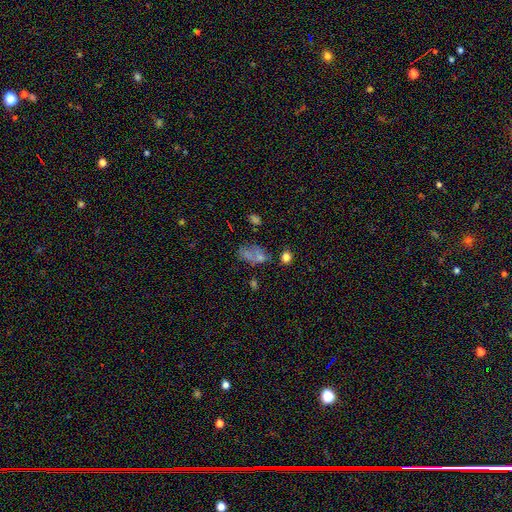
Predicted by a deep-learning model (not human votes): smooth_or_featured: smooth (p=0.49) [alt: star or artifact p=0.30]
merging: none (p=0.40) [alt: major disturbance p=0.21]